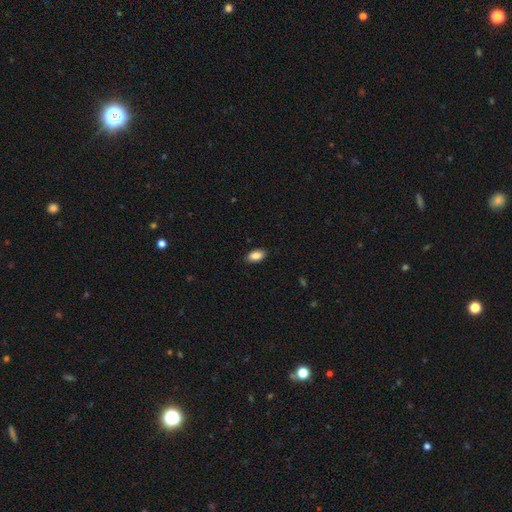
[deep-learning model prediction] Smooth or featured? Predicted: smooth (p=0.87). How rounded? Predicted: in between (p=0.93). Merging? Predicted: none (p=0.88).